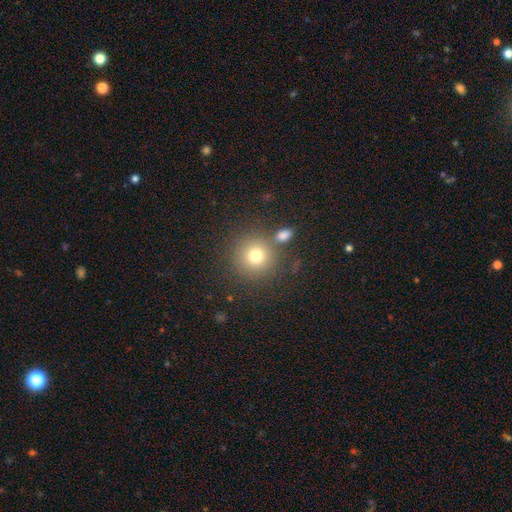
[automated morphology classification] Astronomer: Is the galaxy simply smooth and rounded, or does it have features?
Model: smooth — 76%.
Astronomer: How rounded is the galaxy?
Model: round — 93%.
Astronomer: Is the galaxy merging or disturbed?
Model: none — 78%.